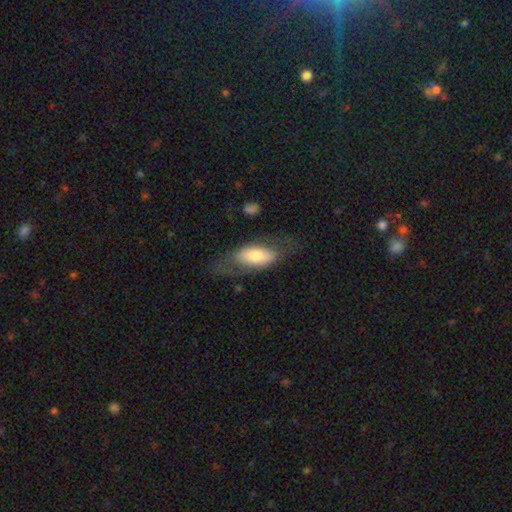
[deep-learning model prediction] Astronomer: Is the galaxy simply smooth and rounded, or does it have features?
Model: smooth — 57% (runner-up: featured or disk, 37%).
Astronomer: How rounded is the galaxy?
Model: in between — 83%.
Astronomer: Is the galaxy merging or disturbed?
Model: none — 59%.